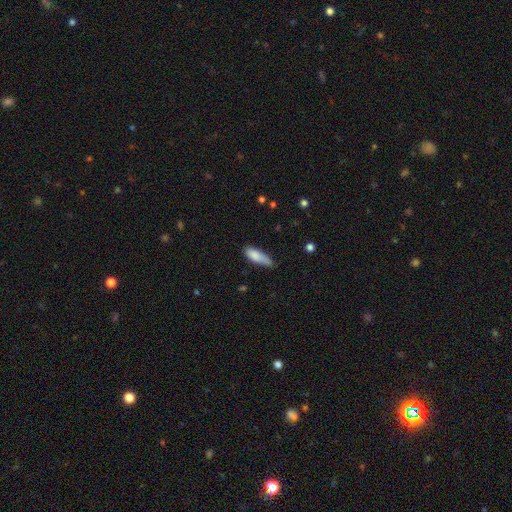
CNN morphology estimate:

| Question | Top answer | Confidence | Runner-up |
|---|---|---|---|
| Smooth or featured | smooth | 83% | featured or disk (10%) |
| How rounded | in between | 54% | cigar-shaped (44%) |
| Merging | none | 50% | minor disturbance (38%) |